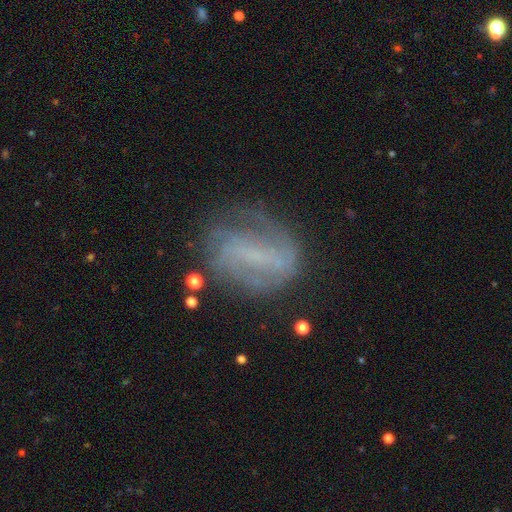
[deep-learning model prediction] featured or disk 69%, smooth 20%, star or artifact 10%. Down the decision tree: edge-on disk — no (96%); bar — strong (42%); spiral arms — yes (77%); spiral arm count — 2 (54%); spiral winding — medium (37%); bulge size — none (50%); merging — none (63%).